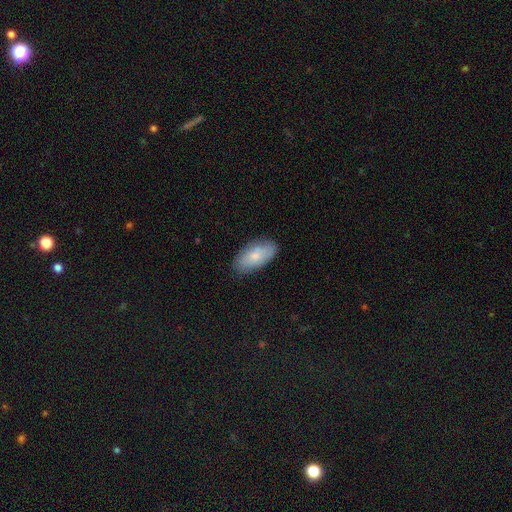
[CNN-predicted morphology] This appears to be a smooth galaxy with no disk features (76%) that is in between round and cigar-shaped (93%). Merging: none (83%).